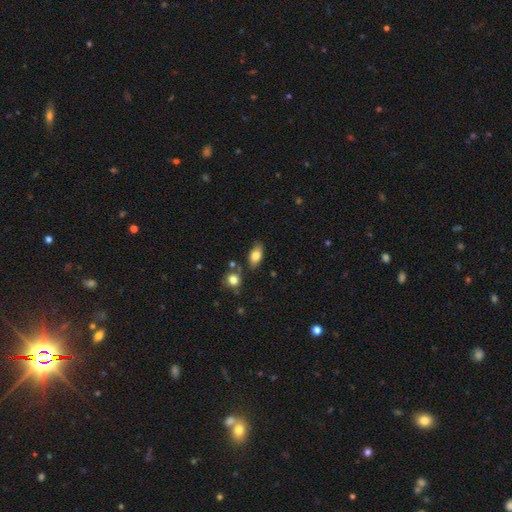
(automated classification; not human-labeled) Smooth or featured? Predicted: smooth (p=0.78). How rounded? Predicted: in between (p=0.87). Merging? Predicted: none (p=0.78).